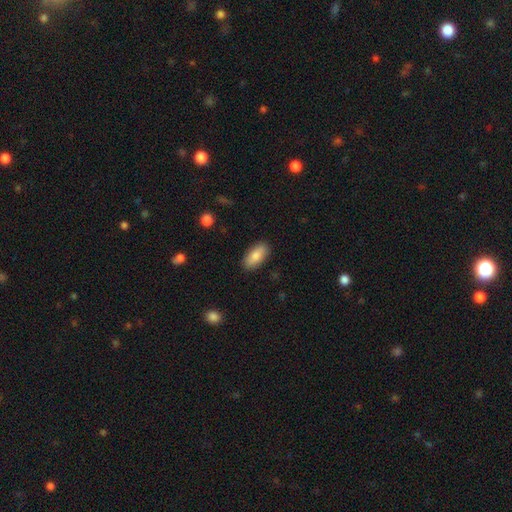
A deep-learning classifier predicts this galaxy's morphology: This is clearly a smooth galaxy (82%). How rounded: clearly in between (89%). Merging: clearly none (88%).